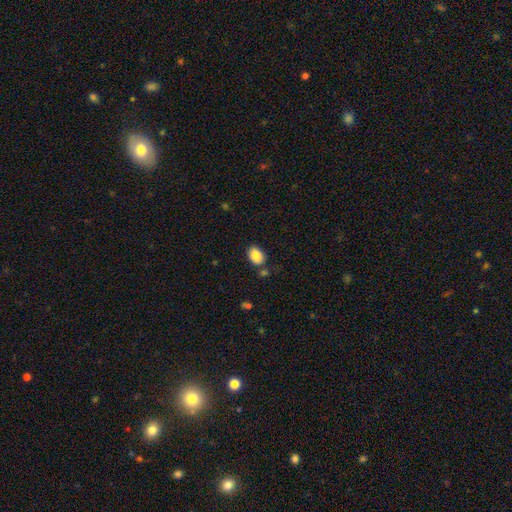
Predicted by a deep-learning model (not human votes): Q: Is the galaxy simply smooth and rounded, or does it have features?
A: smooth — 87%.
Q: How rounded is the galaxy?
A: in between — 78%.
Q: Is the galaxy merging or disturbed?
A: none — 73%.